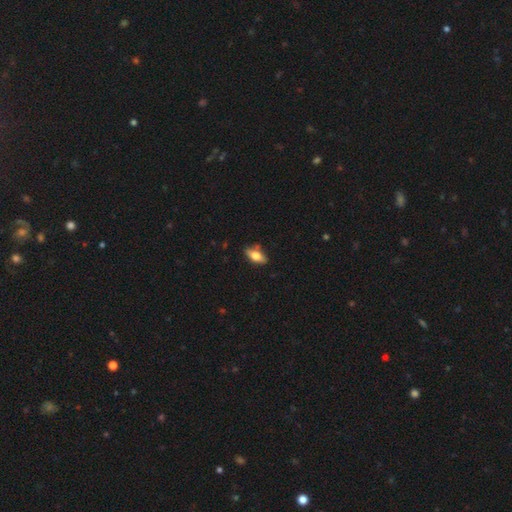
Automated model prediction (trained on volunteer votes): Smooth or featured? Predicted: smooth (p=0.65). How rounded? Predicted: in between (p=0.83). Merging? Predicted: none (p=0.76).